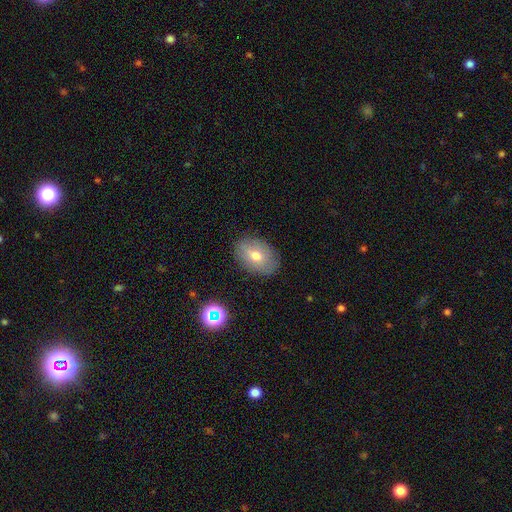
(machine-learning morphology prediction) A smooth galaxy with no disk features (67%) that is in between round and cigar-shaped (83%).

Vote fractions:
- Smooth or featured? smooth: 67% / featured or disk: 23% / star or artifact: 10%
- How rounded? in between: 83% / round: 15% / cigar-shaped: 1%
- Merging? none: 83% / minor disturbance: 13% / major disturbance: 3% / merger: 1%